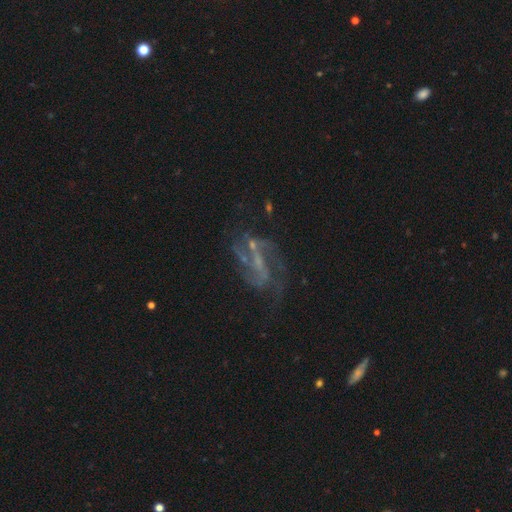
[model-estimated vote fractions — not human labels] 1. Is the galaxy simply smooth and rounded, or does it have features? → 78% featured or disk, 13% star or artifact, 8% smooth.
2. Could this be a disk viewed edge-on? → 95% no, 5% yes.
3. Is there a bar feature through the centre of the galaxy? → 41% weak, 33% strong, 27% no.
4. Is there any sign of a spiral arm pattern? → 86% yes, 14% no.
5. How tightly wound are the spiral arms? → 43% loose, 39% medium, 17% tight.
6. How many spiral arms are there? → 50% 2, 20% can't tell, 14% 3, 6% 1, 6% 4, 5% more than 4.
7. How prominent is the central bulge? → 45% small, 39% none, 13% moderate, 2% large, 1% dominant.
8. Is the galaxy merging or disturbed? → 54% none, 22% major disturbance, 17% minor disturbance, 7% merger.